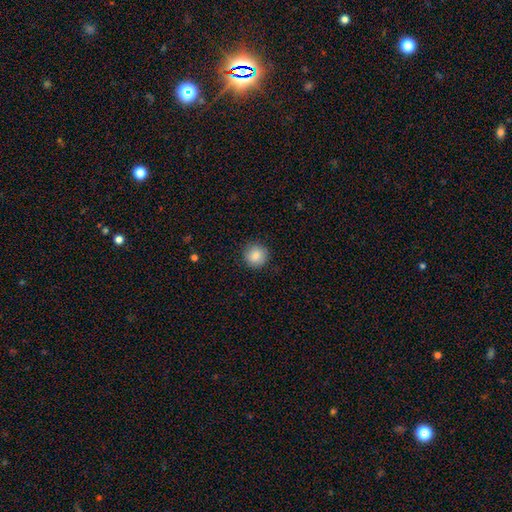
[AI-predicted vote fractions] Smooth or featured: smooth — 87% (star or artifact — 9%)
How rounded: round — 94% (in between — 6%)
Merging: none — 90% (minor disturbance — 7%)